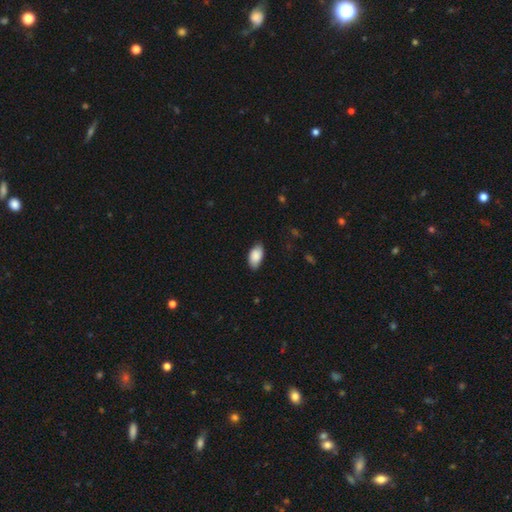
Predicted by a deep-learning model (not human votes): The model was most divided on "merging": none: 80%, minor disturbance: 16%, major disturbance: 3%, merger: 1%. More confident: how rounded — in between (95%); smooth or featured — smooth (87%).